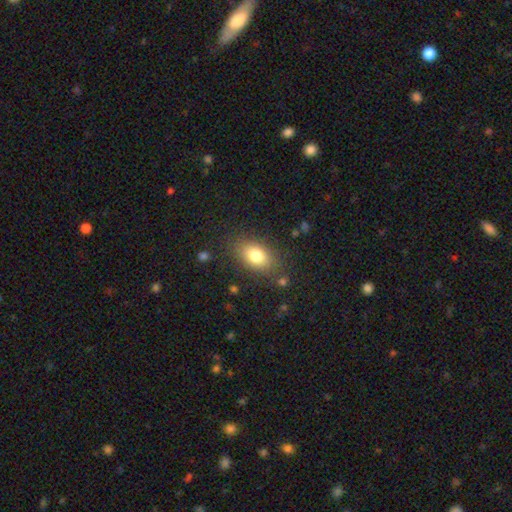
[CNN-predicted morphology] A smooth galaxy with no disk features (79%) that is in between round and cigar-shaped (85%). Merging: none (81%).